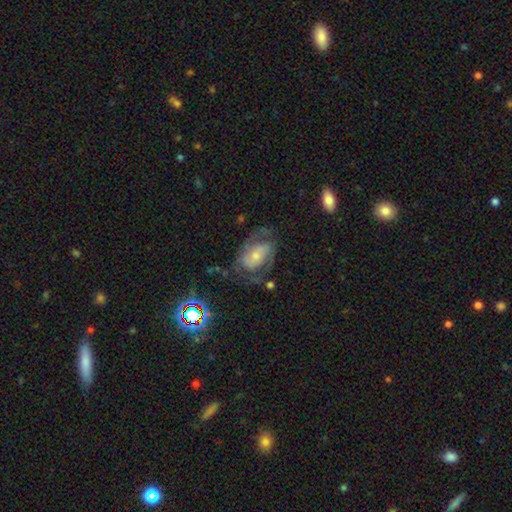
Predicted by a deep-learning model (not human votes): smooth_or_featured: featured or disk (p=0.75) [alt: smooth p=0.15]
disk_edge_on: no (p=0.97) [alt: yes p=0.03]
bar: no (p=0.51) [alt: weak p=0.33]
has_spiral_arms: yes (p=0.90) [alt: no p=0.10]
spiral_winding: medium (p=0.50) [alt: tight p=0.30]
spiral_arm_count: 2 (p=0.79) [alt: can't tell p=0.11]
bulge_size: small (p=0.56) [alt: moderate p=0.34]
merging: none (p=0.61) [alt: minor disturbance p=0.19]